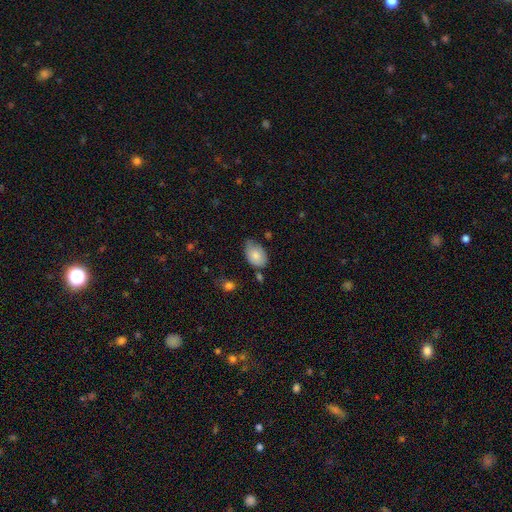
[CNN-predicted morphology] Overall: smooth (80%). How rounded: in between (88%). Merging: none (51%; minor disturbance 38%).